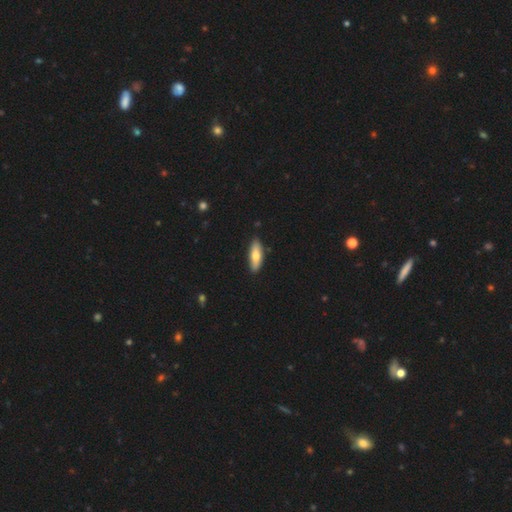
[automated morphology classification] This appears to be a smooth galaxy with no disk features (69%) that is in between round and cigar-shaped (56%). Merging: none (87%).